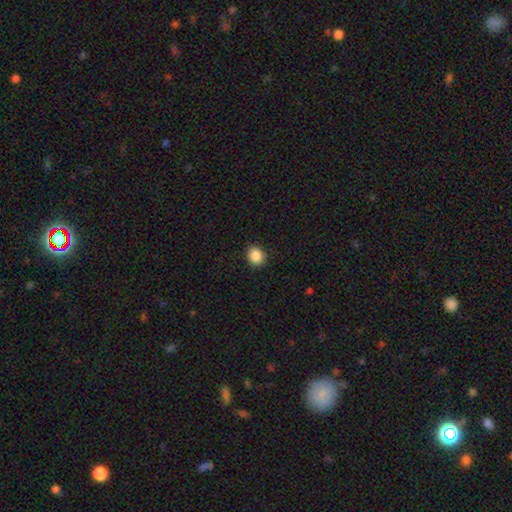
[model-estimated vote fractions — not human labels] smooth 87%, star or artifact 9%, featured or disk 4%. Down the decision tree: how rounded — round (70%); merging — none (89%).